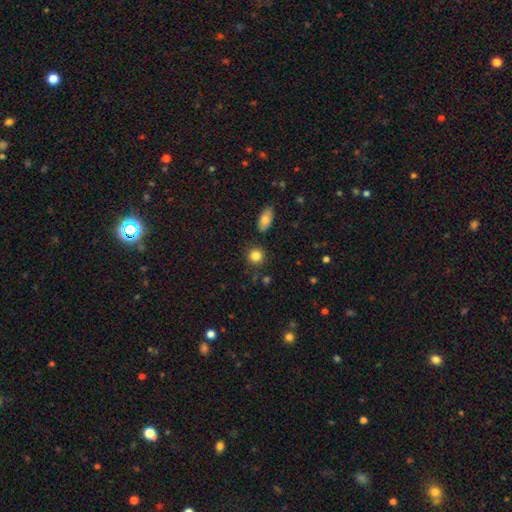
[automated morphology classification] Overall: smooth (85%). How rounded: round (88%). Merging: none (86%).